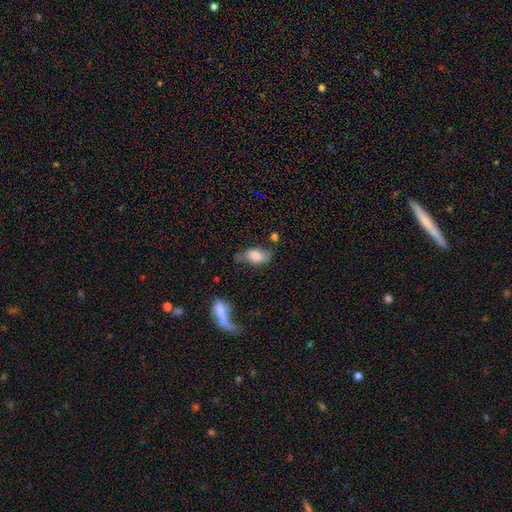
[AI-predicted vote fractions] smooth_or_featured: smooth (p=0.67) [alt: featured or disk p=0.25]
how_rounded: in between (p=0.89) [alt: round p=0.05]
merging: none (p=0.45) [alt: minor disturbance p=0.31]